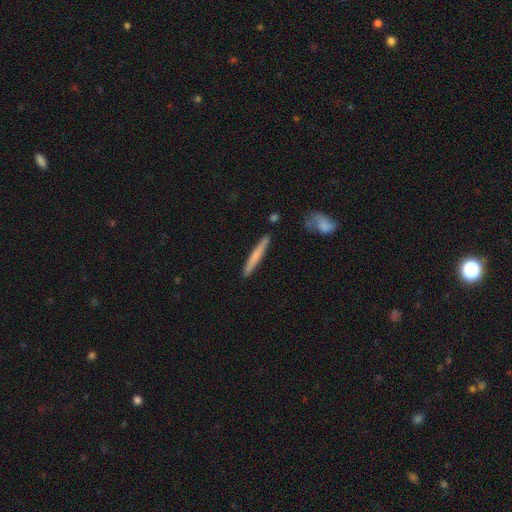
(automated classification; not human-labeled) The model was most divided on "smooth or featured": smooth: 61%, featured or disk: 34%, star or artifact: 5%. More confident: how rounded — cigar-shaped (96%); merging — none (87%).